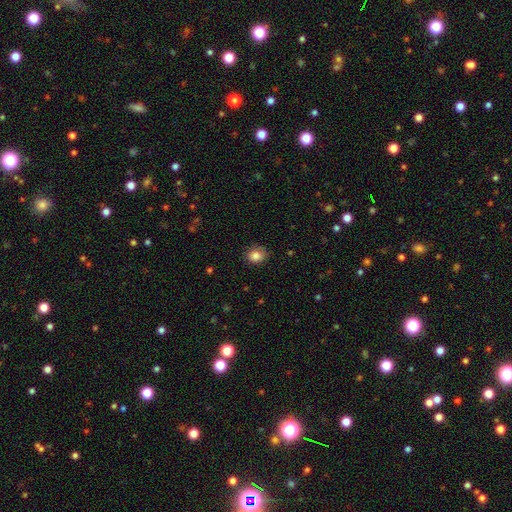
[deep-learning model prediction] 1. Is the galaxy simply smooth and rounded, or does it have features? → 85% smooth, 9% star or artifact, 6% featured or disk.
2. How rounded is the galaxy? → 55% round, 44% in between, 1% cigar-shaped.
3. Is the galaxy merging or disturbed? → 78% none, 17% minor disturbance, 4% major disturbance, 1% merger.